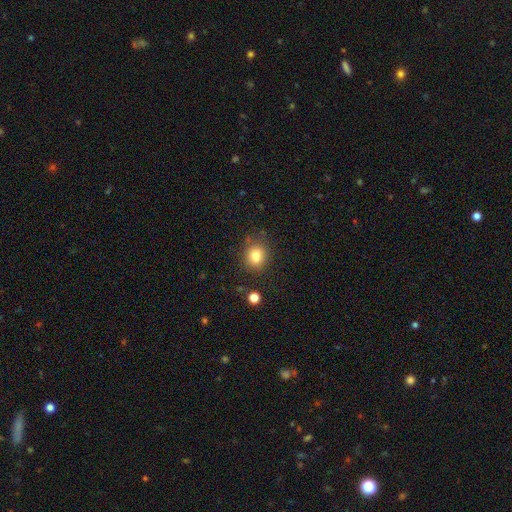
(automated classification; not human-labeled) Smooth or featured?
  - smooth: 81% *
  - star or artifact: 11%
  - featured or disk: 8%
How rounded?
  - round: 67% *
  - in between: 32%
  - cigar-shaped: 1%
Merging?
  - none: 77% *
  - minor disturbance: 14%
  - merger: 4%
  - major disturbance: 4%